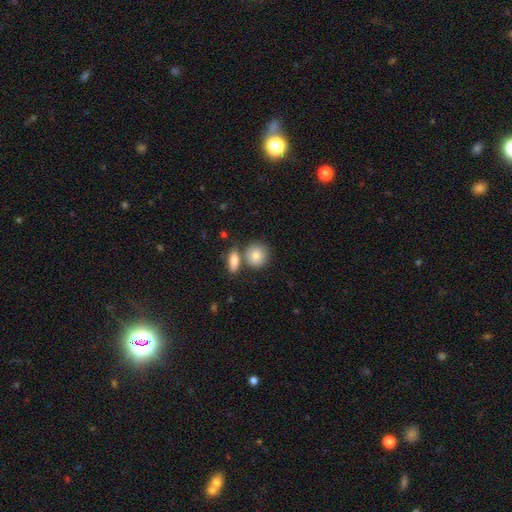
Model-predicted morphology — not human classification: Smooth or featured: smooth — 85% (featured or disk — 8%)
How rounded: round — 74% (in between — 24%)
Merging: none — 59% (merger — 27%)